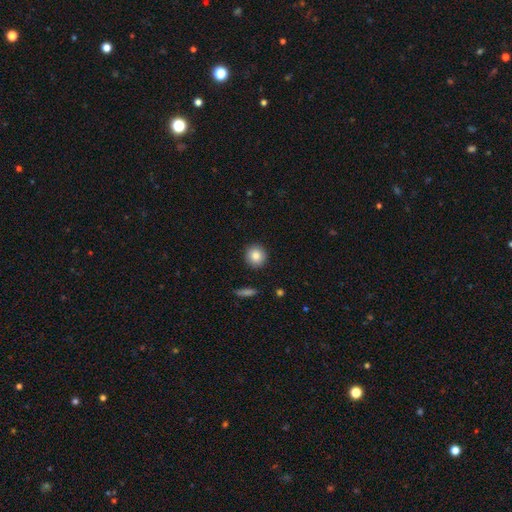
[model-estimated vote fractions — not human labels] smooth_or_featured: smooth (p=0.85) [alt: star or artifact p=0.08]
how_rounded: round (p=0.92) [alt: in between p=0.07]
merging: none (p=0.91) [alt: minor disturbance p=0.06]